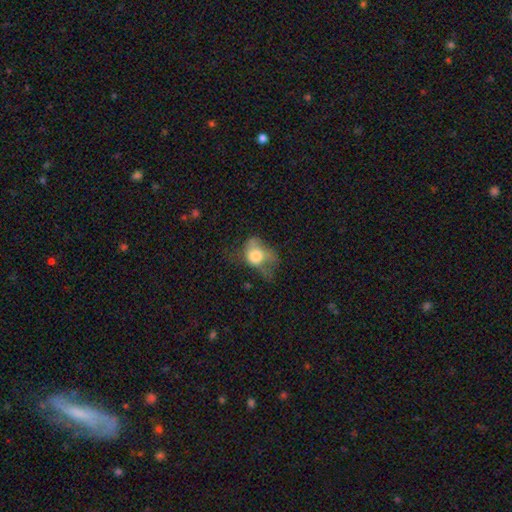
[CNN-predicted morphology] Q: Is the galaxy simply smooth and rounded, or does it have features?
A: smooth — 63%.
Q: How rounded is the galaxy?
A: in between — 62%.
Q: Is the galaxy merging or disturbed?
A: major disturbance — 50%.